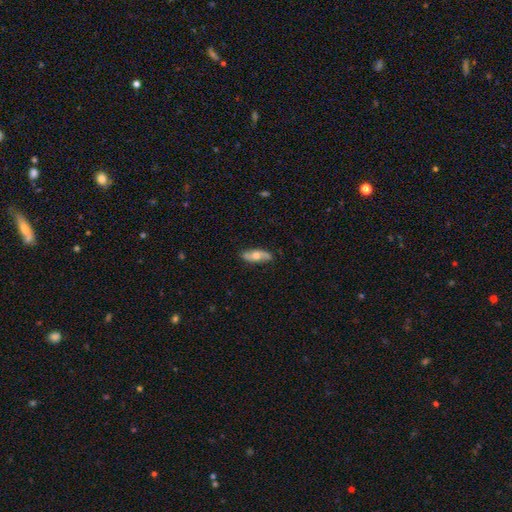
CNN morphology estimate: Smooth or featured?
  - smooth: 48% *
  - featured or disk: 46%
  - star or artifact: 6%
Merging?
  - none: 80% *
  - minor disturbance: 16%
  - major disturbance: 3%
  - merger: 1%